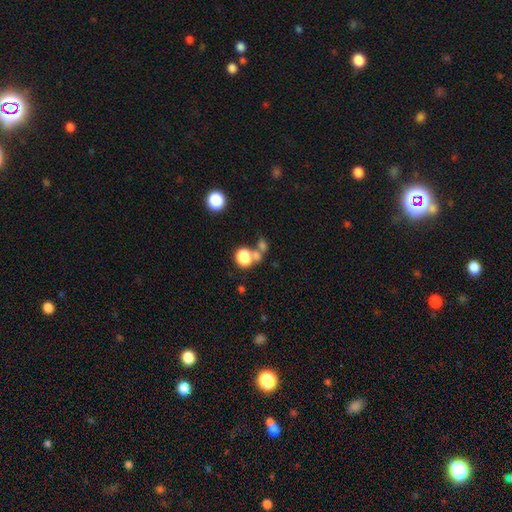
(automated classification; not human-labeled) smooth_or_featured: smooth (p=0.68) [alt: star or artifact p=0.23]
how_rounded: round (p=0.74) [alt: in between p=0.24]
merging: none (p=0.51) [alt: merger p=0.35]